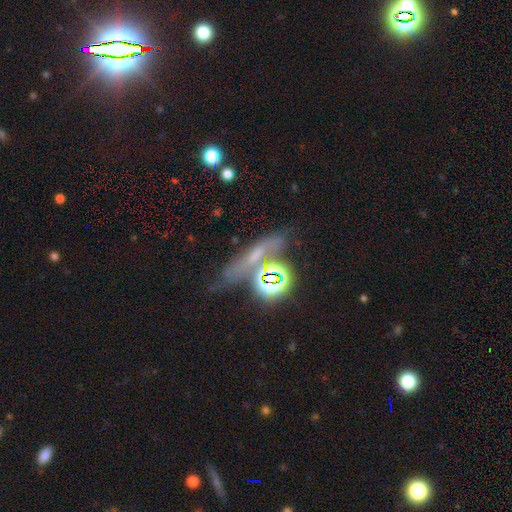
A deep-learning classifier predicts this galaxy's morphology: smooth_or_featured: star or artifact (p=0.43) [alt: smooth p=0.30]